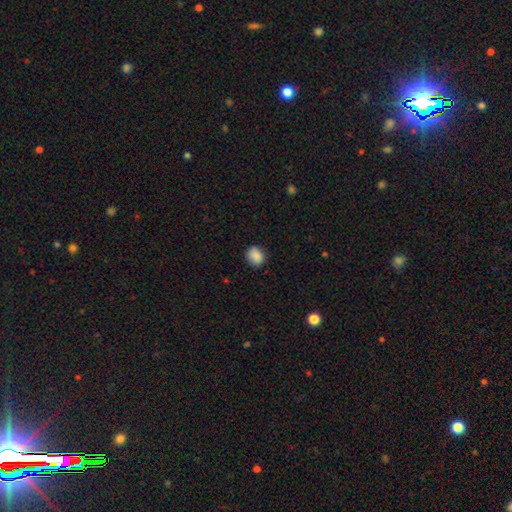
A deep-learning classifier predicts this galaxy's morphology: The model was most divided on "how rounded": round: 68%, in between: 31%, cigar-shaped: 1%. More confident: smooth or featured — smooth (88%); merging — none (84%).